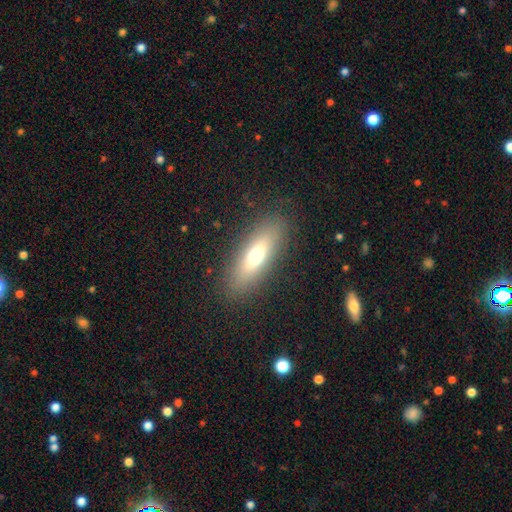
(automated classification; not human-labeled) Smooth or featured? smooth (64%)
How rounded? in between (56%)
Merging? none (87%)